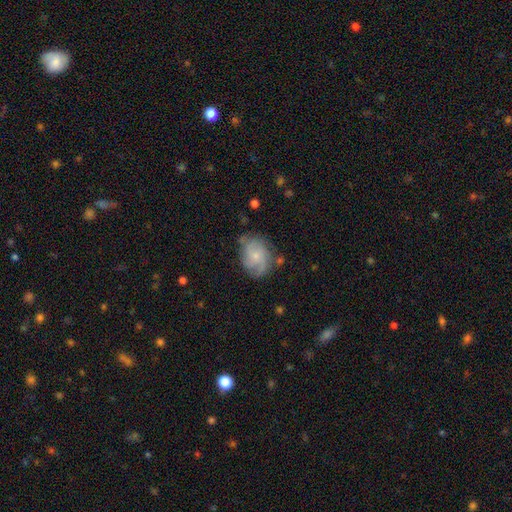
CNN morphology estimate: Smooth or featured? Predicted: featured or disk (p=0.55). Edge-on disk? Predicted: no (p=0.97). Bar? Predicted: no (p=0.76). Spiral arms? Predicted: yes (p=0.85). Bulge size? Predicted: small (p=0.70). Merging? Predicted: none (p=0.63).